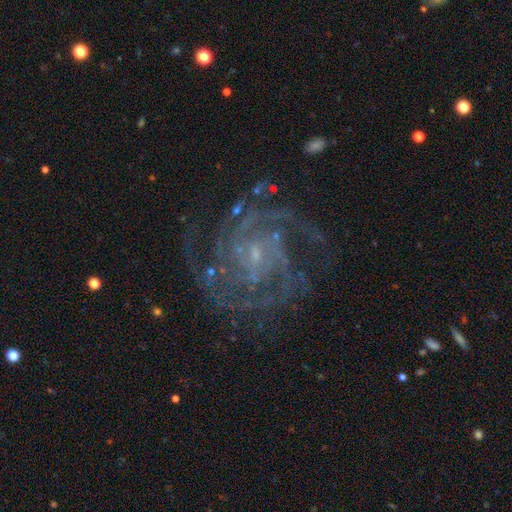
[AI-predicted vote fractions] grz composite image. It shows a featured or disk galaxy (88%) with no bar (57%), 4 (24%) tight (62%) spiral arms (97%) and a small central bulge (79%). Merging: none (76%).